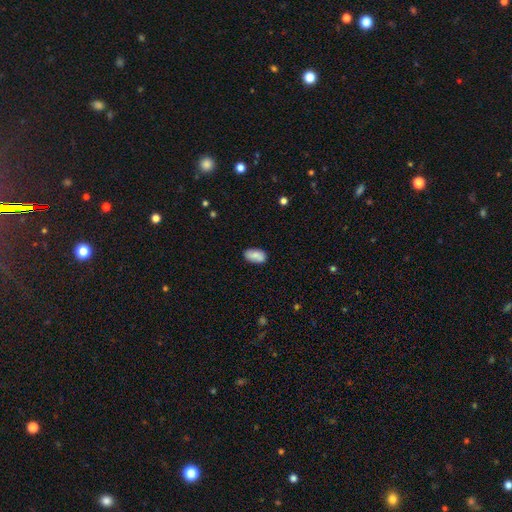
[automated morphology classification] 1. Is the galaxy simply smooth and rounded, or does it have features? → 83% smooth, 10% featured or disk, 7% star or artifact.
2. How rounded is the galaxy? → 94% in between, 4% round, 2% cigar-shaped.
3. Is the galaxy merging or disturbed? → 80% none, 15% minor disturbance, 3% major disturbance, 2% merger.